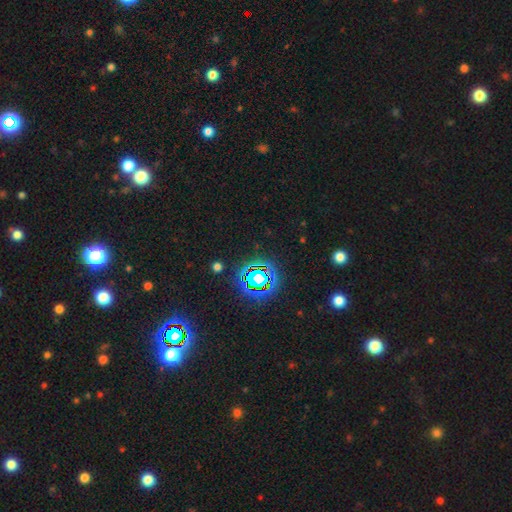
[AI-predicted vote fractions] star or artifact 74%, smooth 18%, featured or disk 7%.